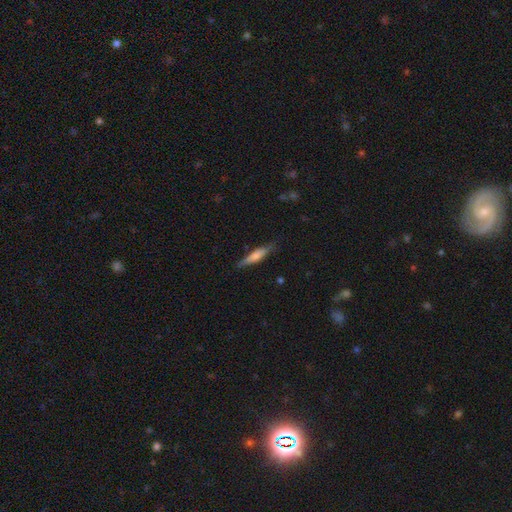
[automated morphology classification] smooth-or-featured: smooth: 51% | featured or disk: 43% | star or artifact: 6%
  how-rounded: cigar-shaped: 84% | in between: 14% | round: 2%
  merging: none: 82% | minor disturbance: 14% | major disturbance: 3% | merger: 1%